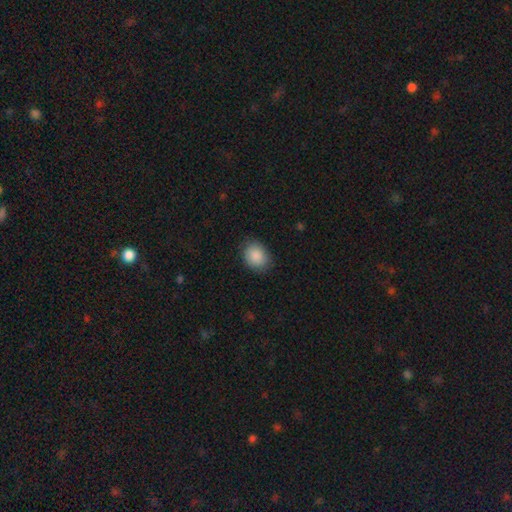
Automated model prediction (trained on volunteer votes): Morphology: type=smooth (88%); roundness=in between (52%); merging=none (83%).